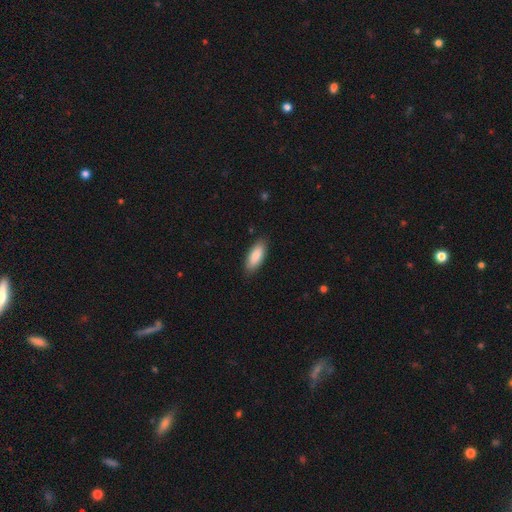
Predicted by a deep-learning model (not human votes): The model was most divided on "how rounded": in between: 79%, cigar-shaped: 19%, round: 2%. More confident: merging — none (85%); smooth or featured — smooth (85%).